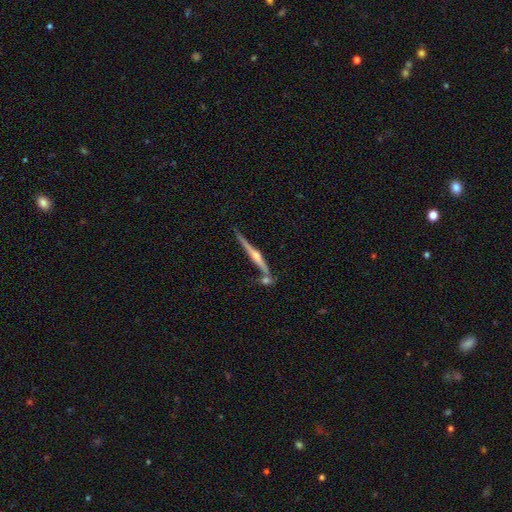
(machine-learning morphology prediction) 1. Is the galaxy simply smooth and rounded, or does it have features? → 83% featured or disk, 11% smooth, 6% star or artifact.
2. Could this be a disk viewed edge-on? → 98% yes, 2% no.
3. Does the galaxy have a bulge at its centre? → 89% rounded, 6% none, 5% boxy.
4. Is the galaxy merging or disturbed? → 72% none, 12% merger, 12% minor disturbance, 3% major disturbance.